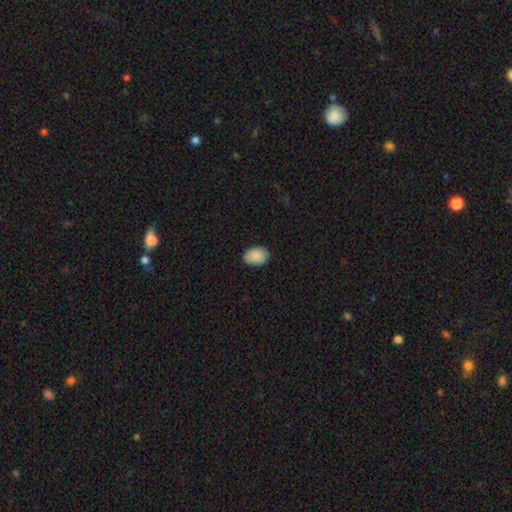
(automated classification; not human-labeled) A smooth galaxy with no disk features (89%) that is in between round and cigar-shaped (80%). Merging: none (83%).